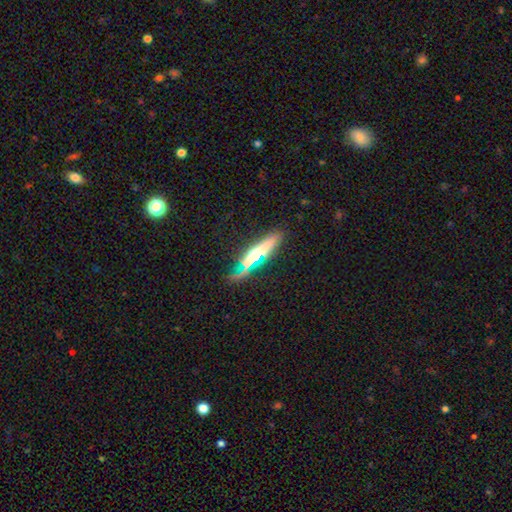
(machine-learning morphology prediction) The model was most divided on "smooth or featured": featured or disk: 49%, smooth: 41%, star or artifact: 10%. More confident: merging — none (78%).